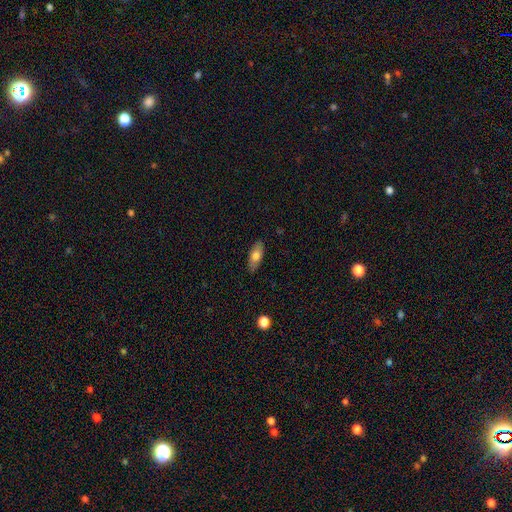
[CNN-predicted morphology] smooth-or-featured: smooth: 73% | featured or disk: 21% | star or artifact: 7%
  how-rounded: in between: 80% | cigar-shaped: 17% | round: 3%
  merging: none: 87% | minor disturbance: 10% | major disturbance: 2% | merger: 1%